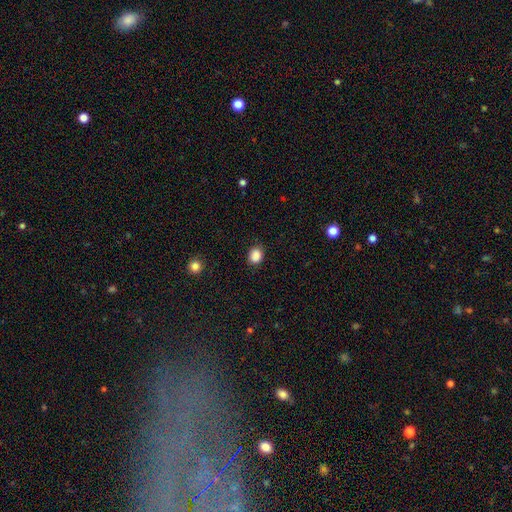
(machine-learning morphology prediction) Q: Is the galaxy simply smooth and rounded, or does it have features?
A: smooth — 88%.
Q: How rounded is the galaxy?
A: round — 63%.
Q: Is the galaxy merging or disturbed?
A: none — 86%.